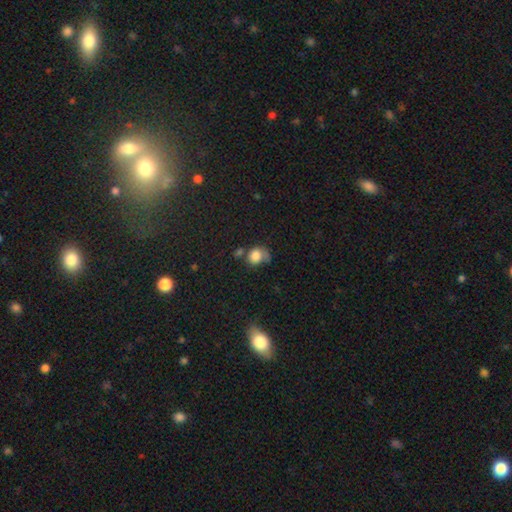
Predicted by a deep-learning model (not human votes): smooth-or-featured: smooth: 79% | featured or disk: 11% | star or artifact: 10%
  how-rounded: round: 64% | in between: 35% | cigar-shaped: 1%
  merging: none: 35% | minor disturbance: 28% | major disturbance: 22% | merger: 15%